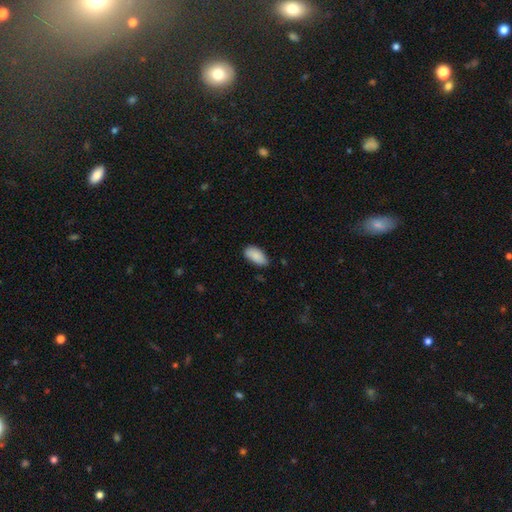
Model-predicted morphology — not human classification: A smooth galaxy with no disk features (88%) that is in between round and cigar-shaped (93%). Merging: none (74%).